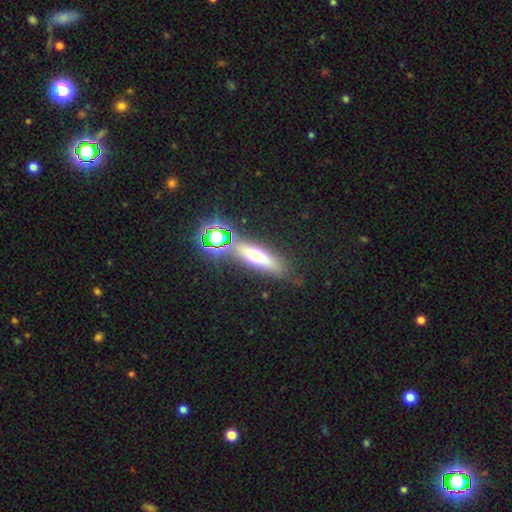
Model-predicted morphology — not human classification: smooth-or-featured: smooth: 50% | featured or disk: 31% | star or artifact: 19%
  how-rounded: cigar-shaped: 67% | in between: 28% | round: 5%
  merging: none: 77% | minor disturbance: 12% | merger: 7% | major disturbance: 4%